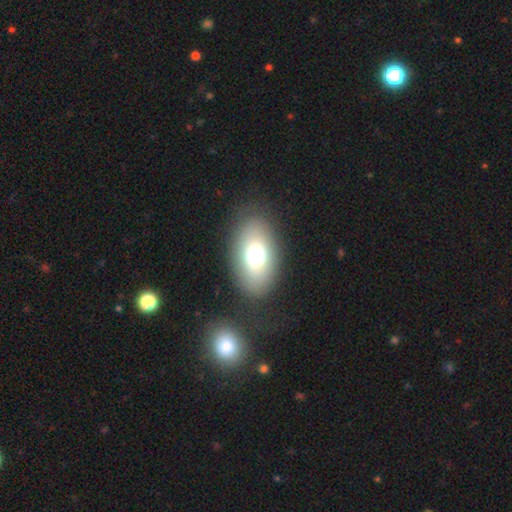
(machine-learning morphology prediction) This is likely a smooth galaxy (70%). How rounded: clearly in between (86%). Merging: clearly none (83%).